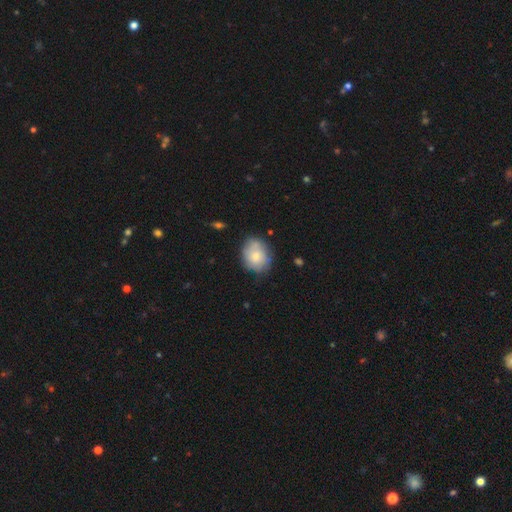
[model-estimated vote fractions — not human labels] smooth 70%, featured or disk 23%, star or artifact 7%. Down the decision tree: how rounded — round (55%); merging — none (68%).